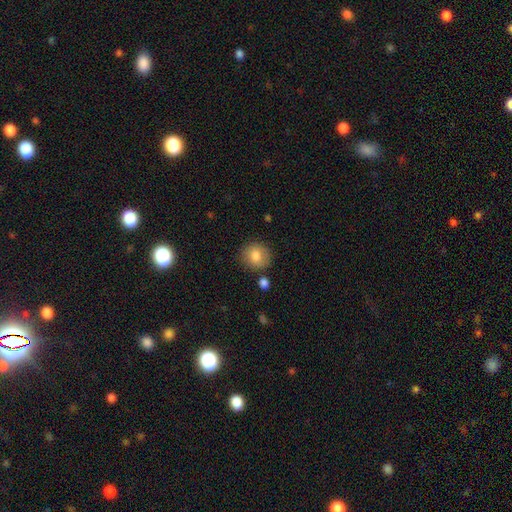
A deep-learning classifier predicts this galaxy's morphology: Smooth or featured? smooth (82%)
How rounded? round (81%)
Merging? none (81%)